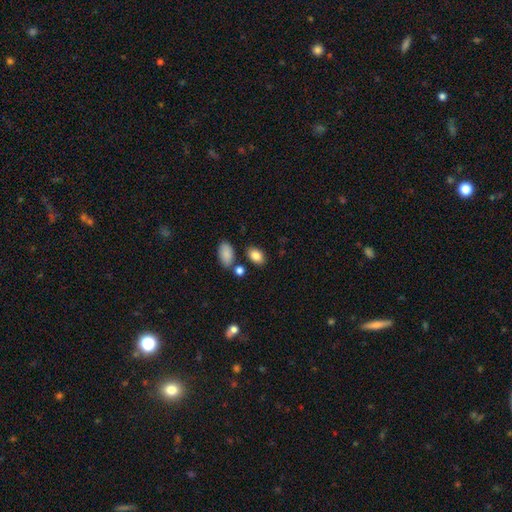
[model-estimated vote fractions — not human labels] Morphology: type=smooth (85%); roundness=in between (87%); merging=none (77%).